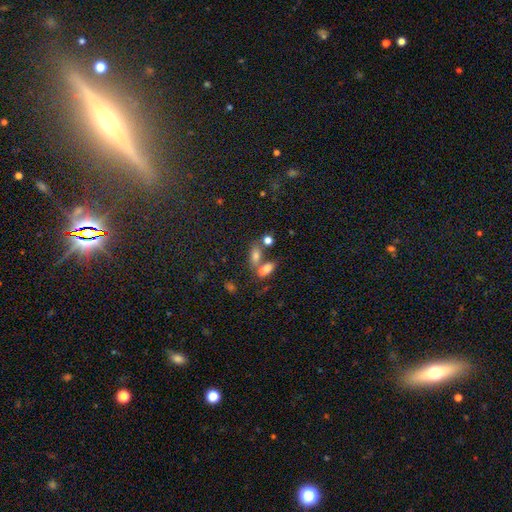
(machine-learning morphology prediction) Smooth or featured: smooth — 77% (star or artifact — 12%)
How rounded: in between — 78% (cigar-shaped — 13%)
Merging: none — 46% (merger — 38%)